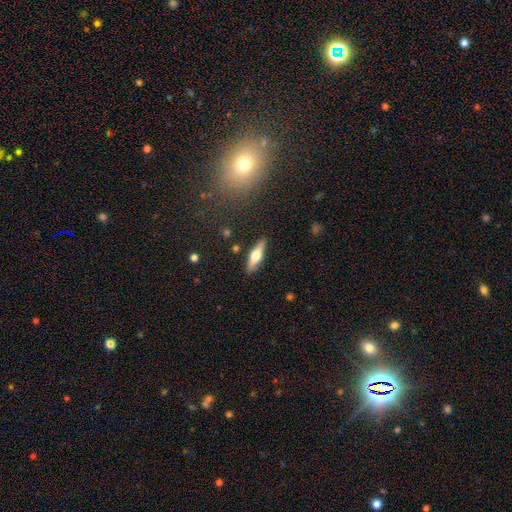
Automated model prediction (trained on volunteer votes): Overall: featured or disk (48%; smooth 46%). Merging: none (87%).